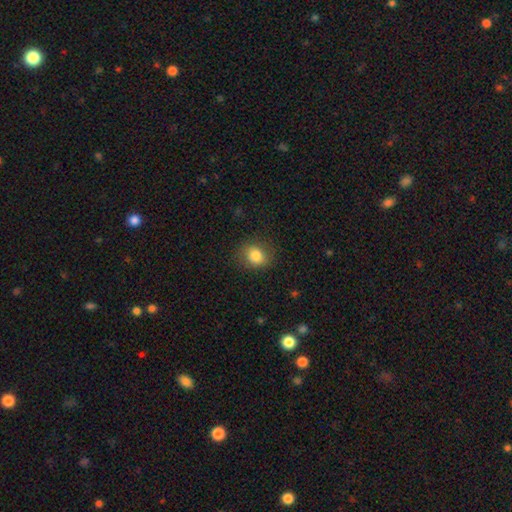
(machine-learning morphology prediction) Q: Smooth or featured?
A: smooth (82%); runner-up: star or artifact (10%)
Q: How rounded?
A: round (63%); runner-up: in between (36%)
Q: Merging?
A: none (83%); runner-up: minor disturbance (12%)